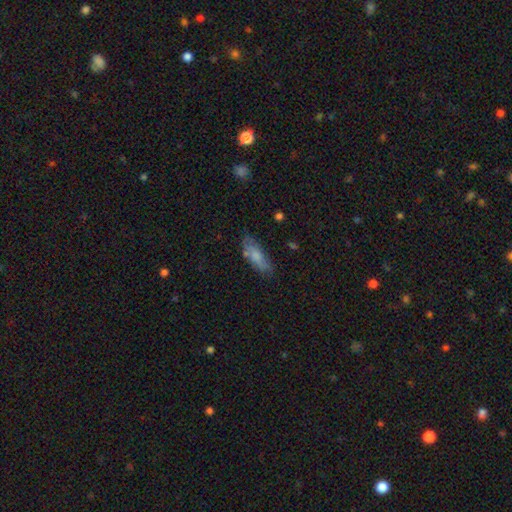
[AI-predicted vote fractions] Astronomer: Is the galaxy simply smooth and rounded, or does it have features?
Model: smooth — 72%.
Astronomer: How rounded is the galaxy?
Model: in between — 67%.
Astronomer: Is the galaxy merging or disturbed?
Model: none — 63%.